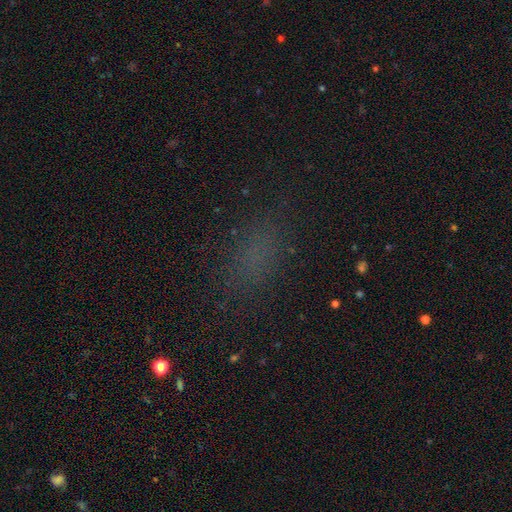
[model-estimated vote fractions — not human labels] Smooth or featured: smooth — 65% (star or artifact — 26%)
How rounded: in between — 80% (round — 12%)
Merging: none — 80% (minor disturbance — 12%)